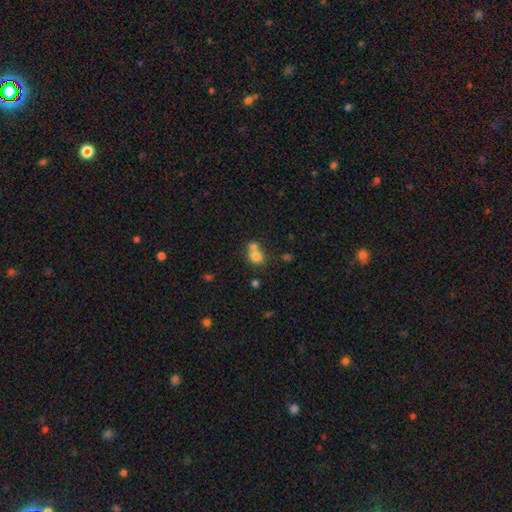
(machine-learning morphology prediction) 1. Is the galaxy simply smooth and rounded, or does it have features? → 76% smooth, 13% featured or disk, 11% star or artifact.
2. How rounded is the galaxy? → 67% round, 32% in between, 1% cigar-shaped.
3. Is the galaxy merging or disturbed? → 56% merger, 33% none, 7% minor disturbance, 3% major disturbance.